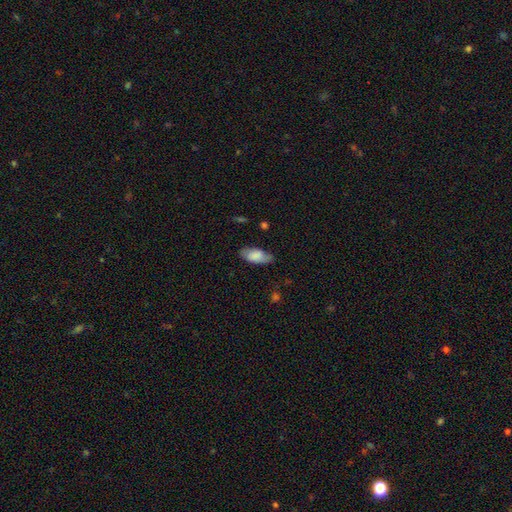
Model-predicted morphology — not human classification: A smooth galaxy with no disk features (79%) that is in between round and cigar-shaped (88%).

Vote fractions:
- Smooth or featured? smooth: 79% / featured or disk: 15% / star or artifact: 6%
- How rounded? in between: 88% / cigar-shaped: 10% / round: 2%
- Merging? none: 75% / minor disturbance: 20% / major disturbance: 4% / merger: 1%